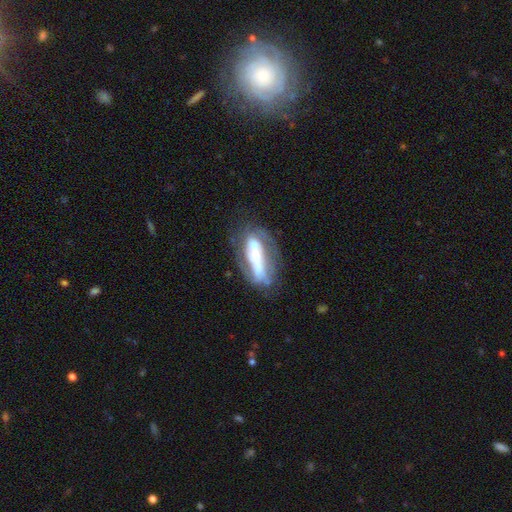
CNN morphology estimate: type=featured or disk (69%); edge-on=no (82%); bar=strong (44%); spiral arms=yes (60%); bulge=small (44%); merging=none (57%).